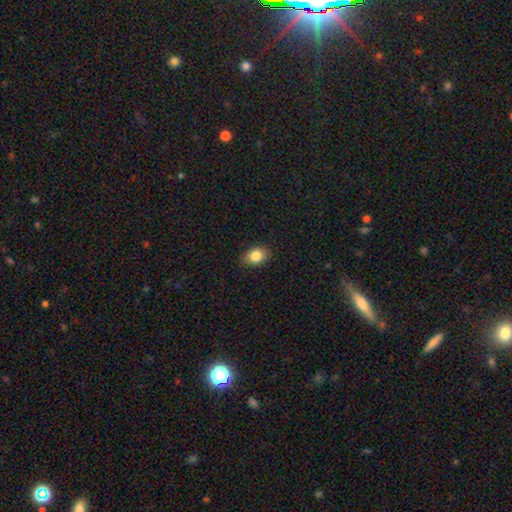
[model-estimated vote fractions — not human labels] Morphology: type=smooth (85%); roundness=in between (76%); merging=none (87%).